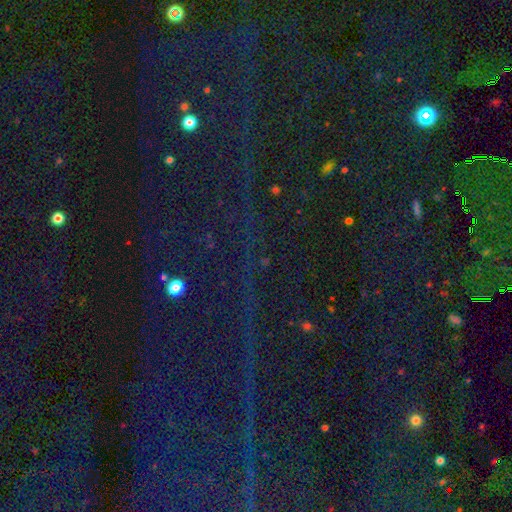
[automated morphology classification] Smooth or featured?
  - star or artifact: 85% *
  - smooth: 8%
  - featured or disk: 7%